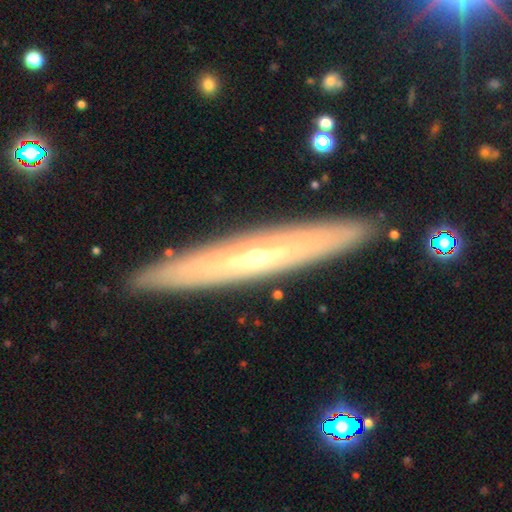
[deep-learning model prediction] Overall: featured or disk (67%). Edge-on disk: yes (75%). Edge-on bulge: rounded (71%). Merging: none (87%).